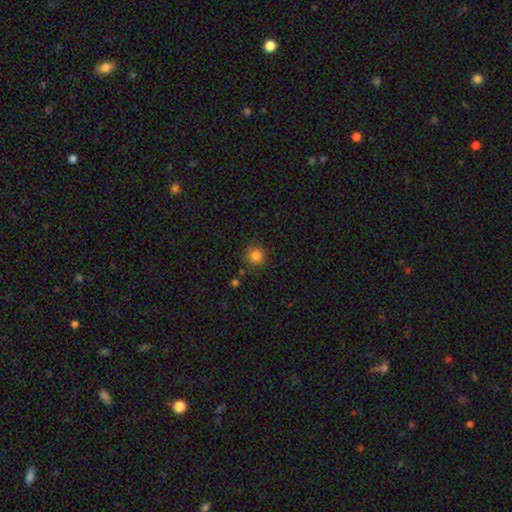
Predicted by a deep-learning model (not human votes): smooth 84%, star or artifact 12%, featured or disk 4%. Down the decision tree: how rounded — round (94%); merging — none (85%).